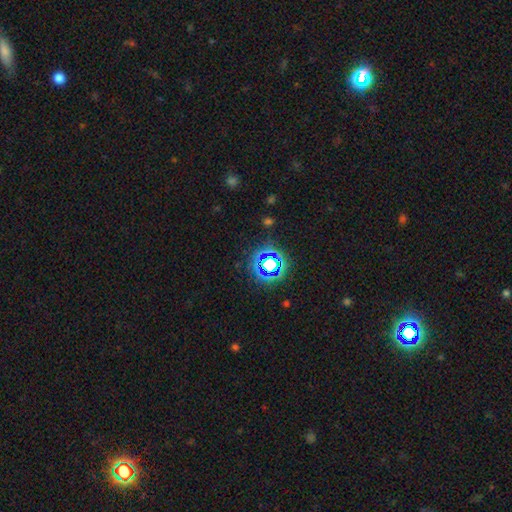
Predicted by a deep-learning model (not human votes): Smooth or featured?
  - star or artifact: 74% *
  - smooth: 17%
  - featured or disk: 8%